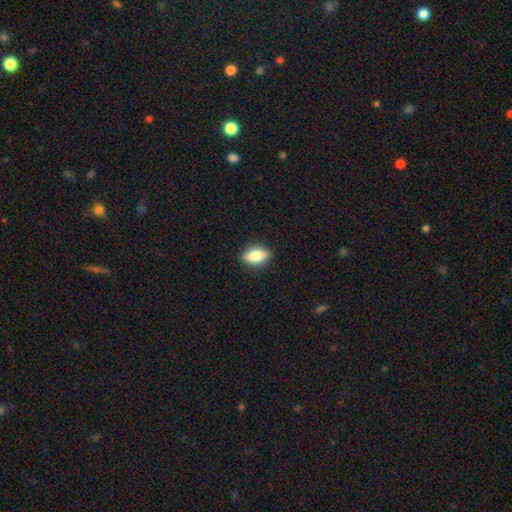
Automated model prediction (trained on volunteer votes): Smooth or featured? smooth (81%)
How rounded? in between (84%)
Merging? none (88%)